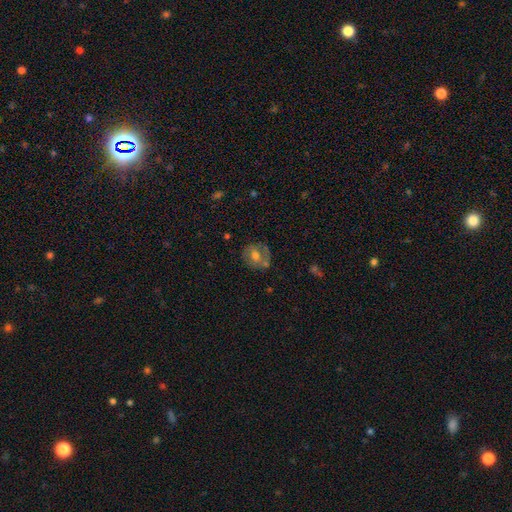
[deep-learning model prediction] Smooth or featured? featured or disk (46%)
Merging? none (66%)